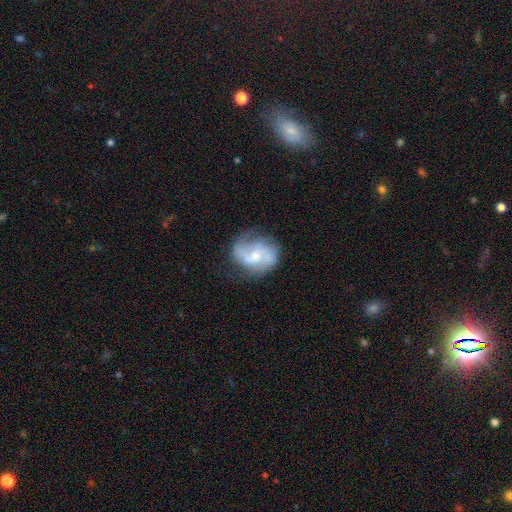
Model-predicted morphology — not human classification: Smooth or featured?
  - featured or disk: 73% *
  - smooth: 20%
  - star or artifact: 7%
Edge-on disk?
  - no: 98% *
  - yes: 2%
Bar?
  - no: 53% *
  - weak: 39%
  - strong: 8%
Spiral arms?
  - yes: 91% *
  - no: 9%
Spiral winding?
  - medium: 46% *
  - loose: 34%
  - tight: 20%
Spiral arm count?
  - 2: 73% *
  - can't tell: 12%
  - 3: 7%
  - 1: 5%
  - 4: 2%
  - more than 4: 2%
Bulge size?
  - moderate: 45% * (tied)
  - small: 45% * (tied)
  - none: 5%
  - large: 4%
  - dominant: 1%
Merging?
  - none: 62% *
  - minor disturbance: 24%
  - major disturbance: 13%
  - merger: 2%